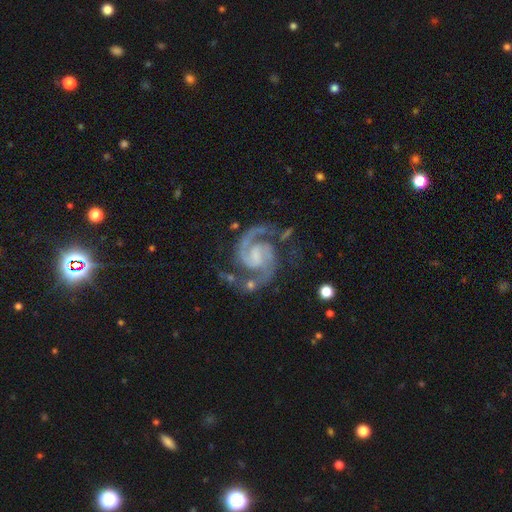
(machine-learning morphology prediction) type=featured or disk (94%); edge-on=no (98%); bar=weak (51%); spiral arms=yes (99%); winding=medium (62%); arm count=2 (93%); bulge=small (38%); merging=none (72%).